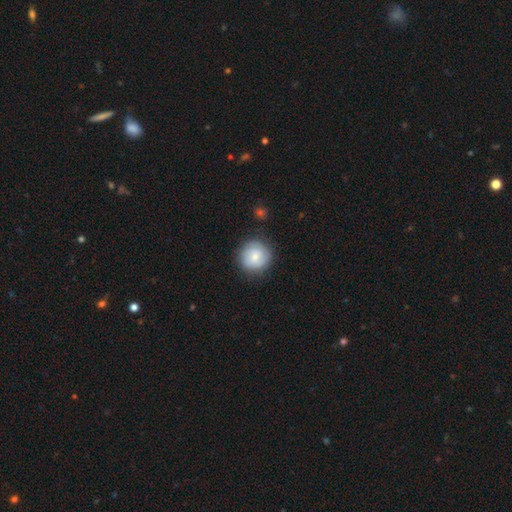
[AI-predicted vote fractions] A smooth galaxy with no disk features (73%) that is round (93%). Merging: none (83%).